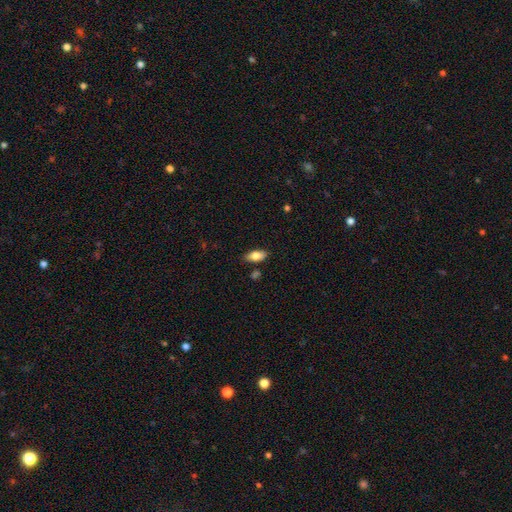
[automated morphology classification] A smooth galaxy with no disk features (75%) that is in between round and cigar-shaped (87%).

Vote fractions:
- Smooth or featured? smooth: 75% / featured or disk: 18% / star or artifact: 7%
- How rounded? in between: 87% / cigar-shaped: 10% / round: 3%
- Merging? none: 84% / minor disturbance: 11% / merger: 3% / major disturbance: 2%